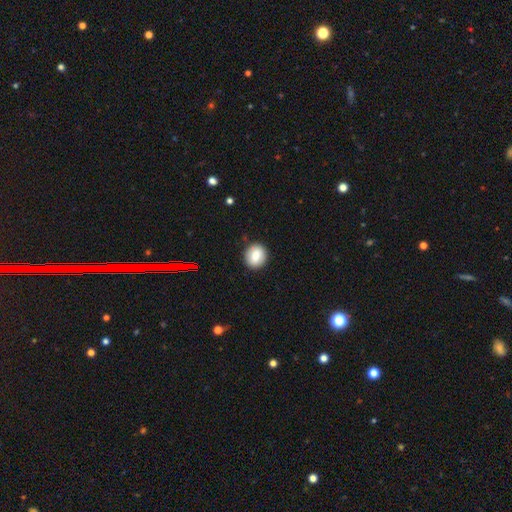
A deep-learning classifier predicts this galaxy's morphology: Smooth or featured? smooth (81%)
How rounded? round (76%)
Merging? none (89%)